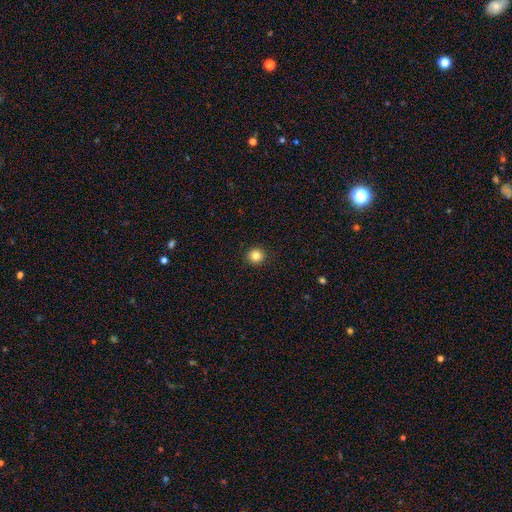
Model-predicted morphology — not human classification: smooth_or_featured: smooth (p=0.84) [alt: star or artifact p=0.11]
how_rounded: round (p=0.93) [alt: in between p=0.06]
merging: none (p=0.93) [alt: minor disturbance p=0.05]